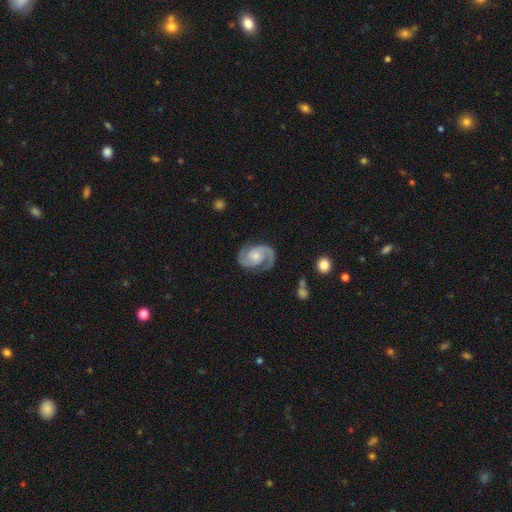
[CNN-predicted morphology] Smooth or featured: featured or disk — 91% (smooth — 5%)
Edge-on disk: no — 98% (yes — 2%)
Bar: no — 65% (weak — 28%)
Spiral arms: yes — 98% (no — 2%)
Spiral winding: medium — 54% (tight — 34%)
Spiral arm count: 2 — 93% (1 — 2%)
Bulge size: small — 51% (moderate — 38%)
Merging: none — 80% (minor disturbance — 13%)